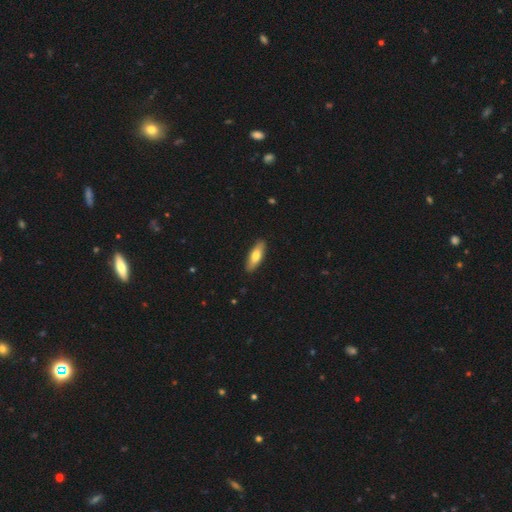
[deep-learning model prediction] A smooth galaxy with no disk features (70%) that is in between round and cigar-shaped (53%). Merging: none (89%).